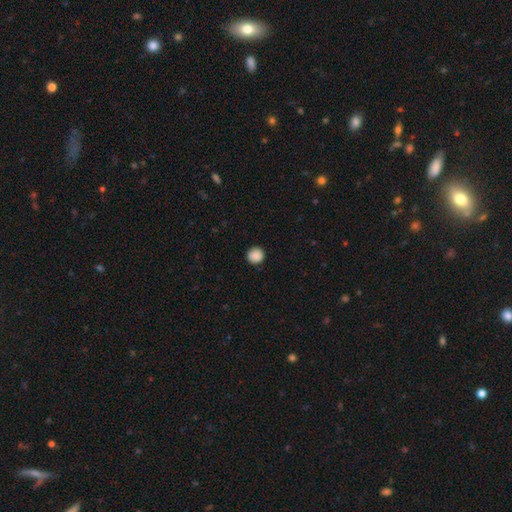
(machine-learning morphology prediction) Q: Smooth or featured?
A: smooth (89%); runner-up: star or artifact (9%)
Q: How rounded?
A: round (94%); runner-up: in between (5%)
Q: Merging?
A: none (92%); runner-up: minor disturbance (6%)